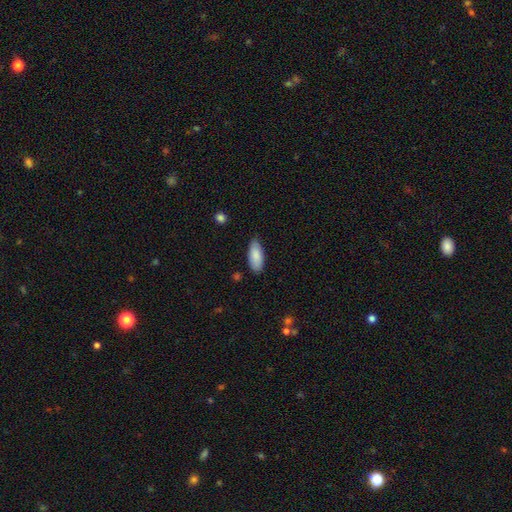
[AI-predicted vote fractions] A smooth galaxy with no disk features (87%) that is in between round and cigar-shaped (84%). Merging: none (81%).